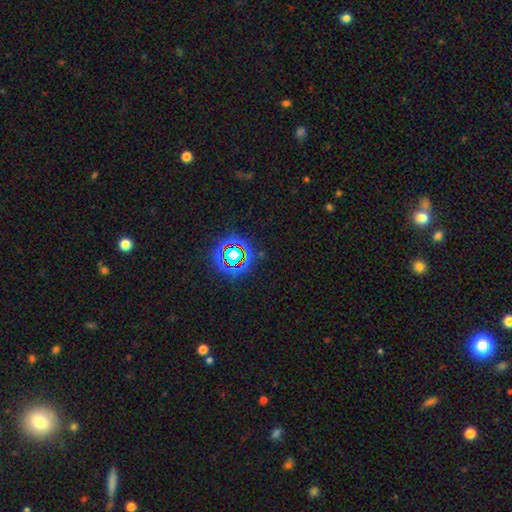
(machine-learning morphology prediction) A star or artifact, not a galaxy (73%).